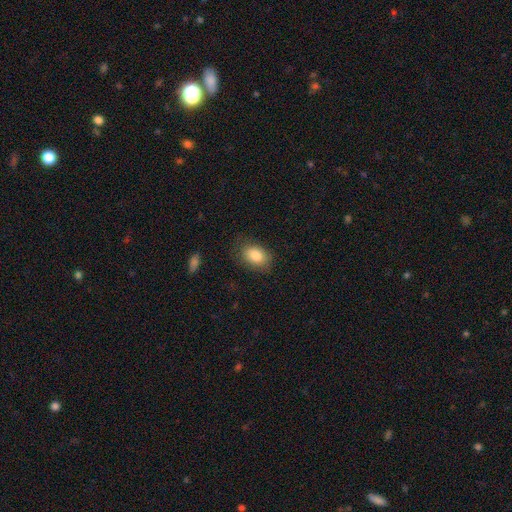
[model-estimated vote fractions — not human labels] smooth_or_featured: smooth (p=0.84) [alt: featured or disk p=0.09]
how_rounded: in between (p=0.82) [alt: round p=0.17]
merging: none (p=0.78) [alt: minor disturbance p=0.16]